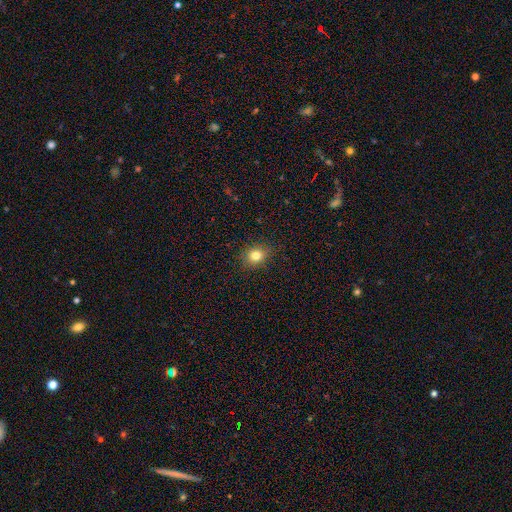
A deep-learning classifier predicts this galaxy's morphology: A smooth galaxy with no disk features (80%) that is round (59%).

Vote fractions:
- Smooth or featured? smooth: 80% / star or artifact: 12% / featured or disk: 8%
- How rounded? round: 59% / in between: 39% / cigar-shaped: 1%
- Merging? none: 86% / minor disturbance: 10% / major disturbance: 2% / merger: 1%